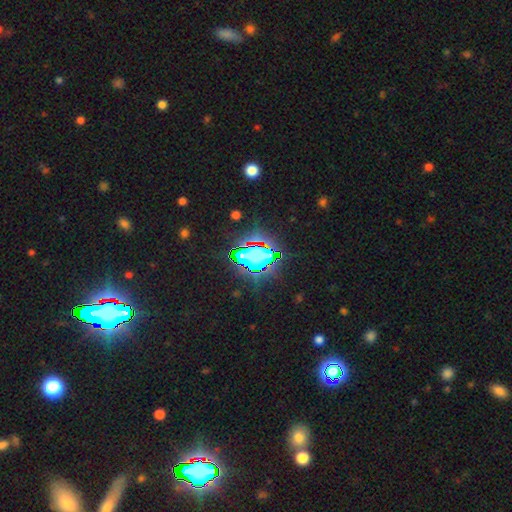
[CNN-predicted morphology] This is likely a star or artifact rather than a galaxy (65%).